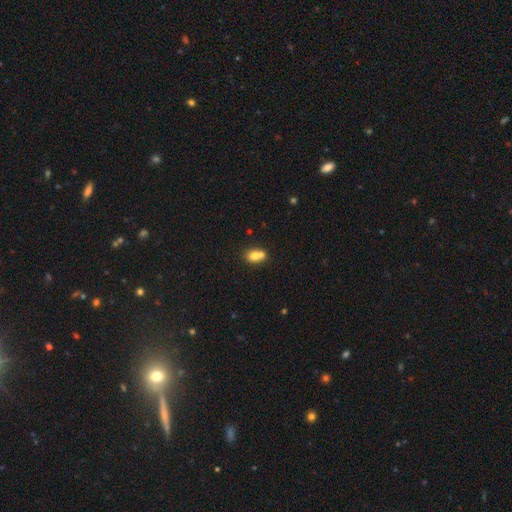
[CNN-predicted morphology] A smooth galaxy with no disk features (76%) that is in between round and cigar-shaped (61%).

Vote fractions:
- Smooth or featured? smooth: 76% / featured or disk: 15% / star or artifact: 10%
- How rounded? in between: 61% / round: 38% / cigar-shaped: 2%
- Merging? merger: 50% / none: 36% / minor disturbance: 10% / major disturbance: 3%